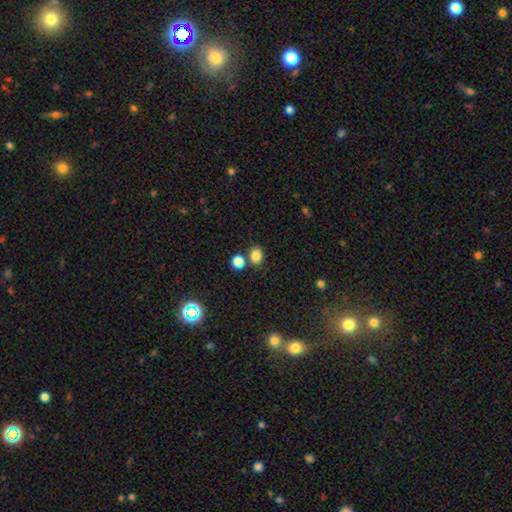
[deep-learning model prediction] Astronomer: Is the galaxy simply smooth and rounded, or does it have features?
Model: smooth — 84%.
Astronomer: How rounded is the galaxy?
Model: in between — 57% (runner-up: round, 42%).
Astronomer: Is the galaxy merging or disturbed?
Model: none — 70%.